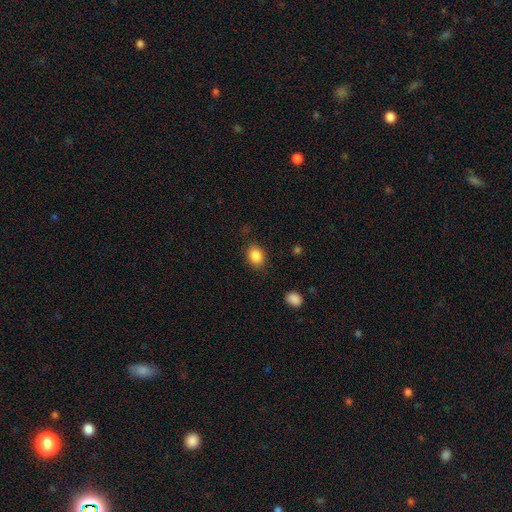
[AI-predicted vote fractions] Overall: smooth (87%). How rounded: in between (62%; round 37%). Merging: none (84%).